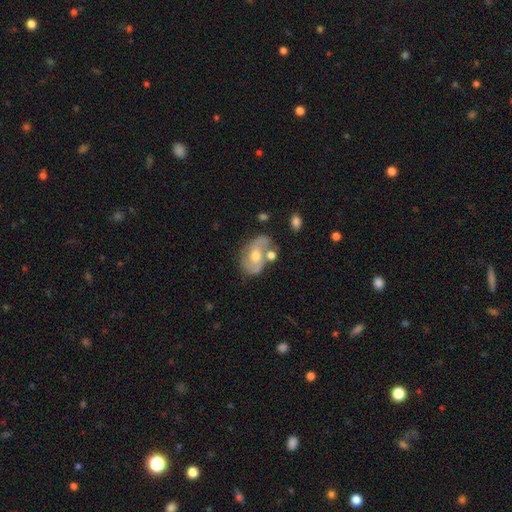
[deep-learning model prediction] Smooth or featured: featured or disk — 68% (smooth — 25%)
Edge-on disk: no — 96% (yes — 4%)
Bar: no — 54% (weak — 35%)
Spiral arms: yes — 79% (no — 21%)
Spiral winding: medium — 46% (loose — 32%)
Spiral arm count: 2 — 81% (can't tell — 11%)
Bulge size: moderate — 70% (small — 23%)
Merging: none — 55% (minor disturbance — 21%)